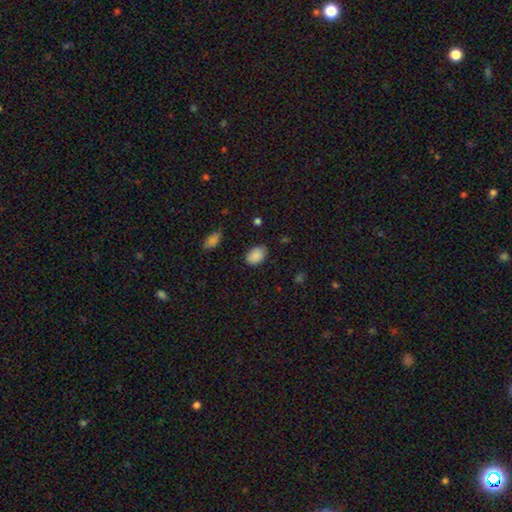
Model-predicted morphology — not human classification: The model was most divided on "merging": none: 77%, minor disturbance: 18%, major disturbance: 3%, merger: 2%. More confident: smooth or featured — smooth (88%); how rounded — in between (85%).